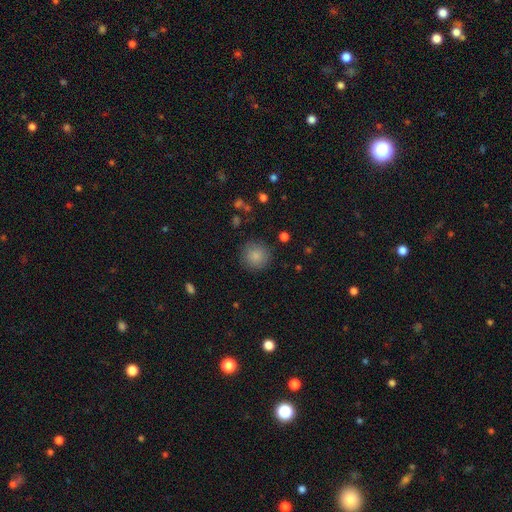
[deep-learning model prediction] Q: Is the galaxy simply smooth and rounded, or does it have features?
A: smooth — 86%.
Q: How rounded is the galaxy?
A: round — 94%.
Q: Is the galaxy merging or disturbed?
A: none — 88%.